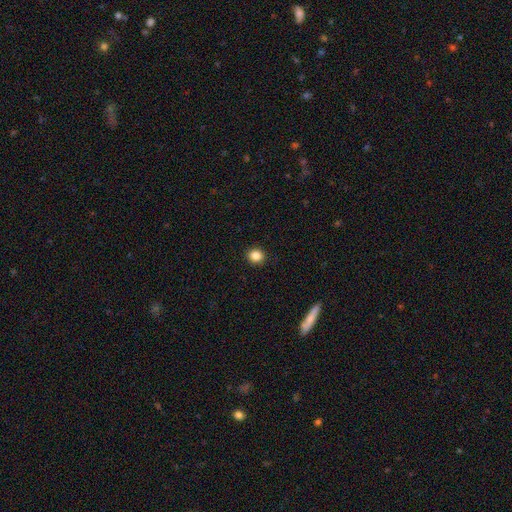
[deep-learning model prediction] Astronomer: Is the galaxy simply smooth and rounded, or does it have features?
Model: smooth — 86%.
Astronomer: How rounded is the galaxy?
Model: round — 81%.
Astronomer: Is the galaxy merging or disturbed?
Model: none — 92%.